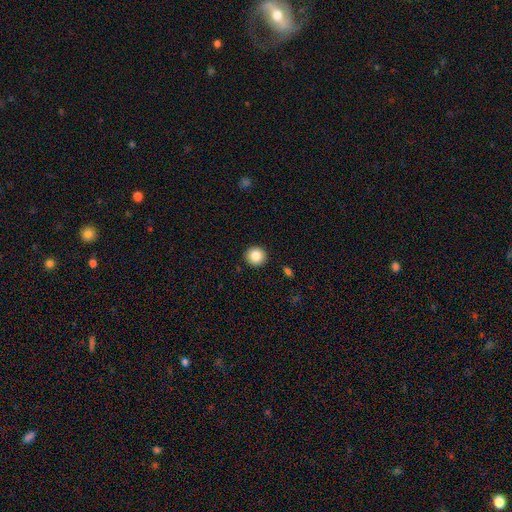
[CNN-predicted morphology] Q: Smooth or featured?
A: smooth (85%); runner-up: star or artifact (9%)
Q: How rounded?
A: round (91%); runner-up: in between (8%)
Q: Merging?
A: none (92%); runner-up: minor disturbance (5%)